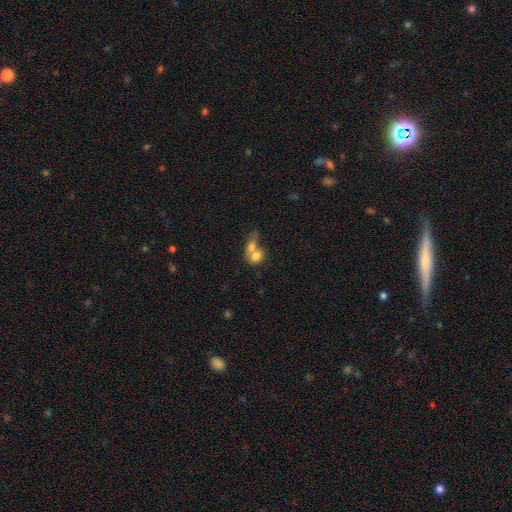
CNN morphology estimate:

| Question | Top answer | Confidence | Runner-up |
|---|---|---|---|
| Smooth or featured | smooth | 72% | featured or disk (20%) |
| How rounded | in between | 51% | round (47%) |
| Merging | merger | 73% | none (15%) |